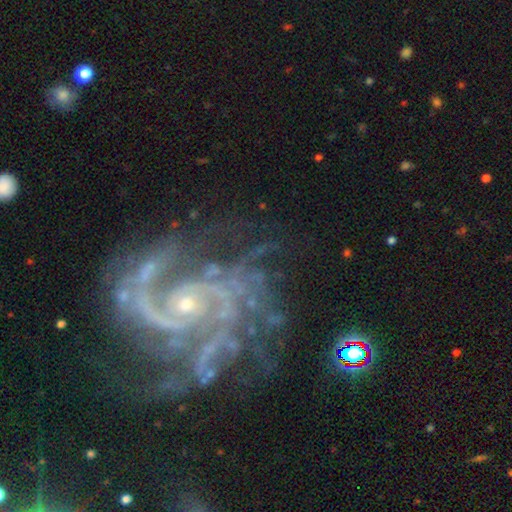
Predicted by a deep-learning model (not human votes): Morphology: type=featured or disk (90%); edge-on=no (98%); bar=no (69%); spiral arms=yes (98%); winding=medium (48%); arm count=2 (45%); bulge=small (79%); merging=none (55%).